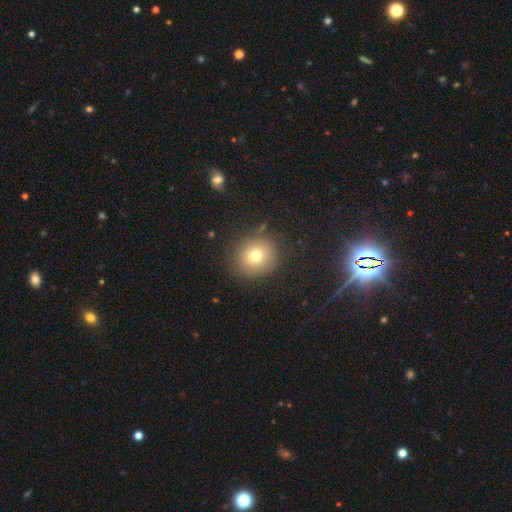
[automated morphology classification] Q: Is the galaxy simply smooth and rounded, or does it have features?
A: smooth — 73%.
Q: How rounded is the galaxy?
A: round — 87%.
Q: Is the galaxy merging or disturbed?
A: none — 85%.